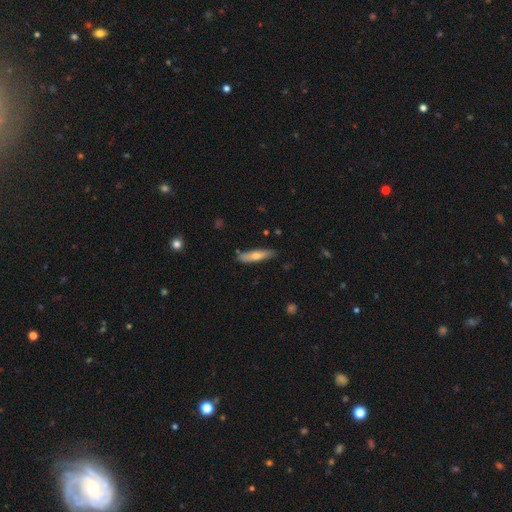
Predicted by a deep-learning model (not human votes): smooth 63%, featured or disk 31%, star or artifact 6%. Down the decision tree: how rounded — cigar-shaped (80%); merging — none (82%).